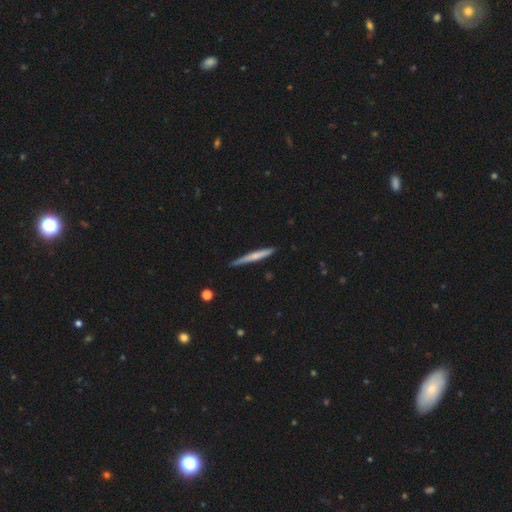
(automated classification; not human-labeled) Smooth or featured? smooth (55%)
How rounded? cigar-shaped (96%)
Merging? none (85%)